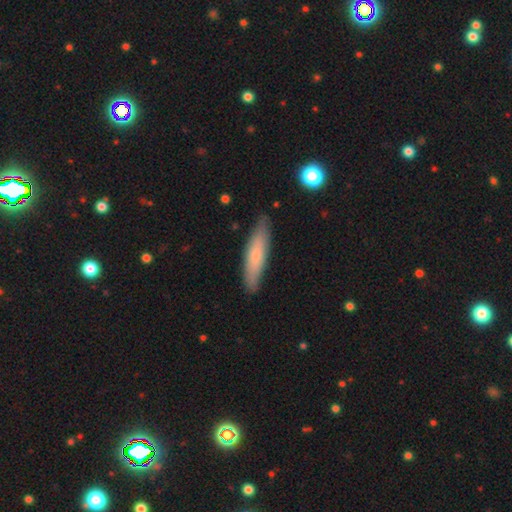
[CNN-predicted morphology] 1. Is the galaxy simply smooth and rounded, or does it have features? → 68% smooth, 27% featured or disk, 5% star or artifact.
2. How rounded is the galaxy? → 79% cigar-shaped, 20% in between, 1% round.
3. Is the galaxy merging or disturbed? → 84% none, 12% minor disturbance, 2% major disturbance, 1% merger.